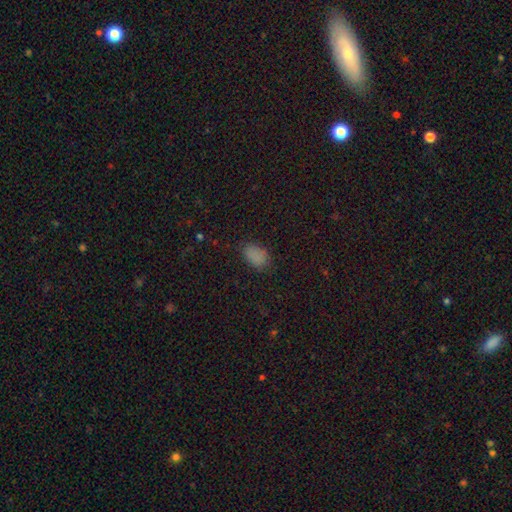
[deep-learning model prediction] Morphology: type=smooth (81%); roundness=in between (89%); merging=none (78%).